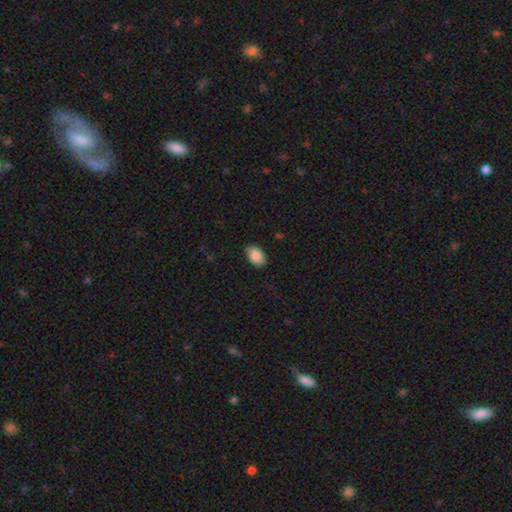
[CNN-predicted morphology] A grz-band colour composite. It shows a smooth galaxy with no disk features (87%) that is in between round and cigar-shaped (89%). Merging: none (84%).